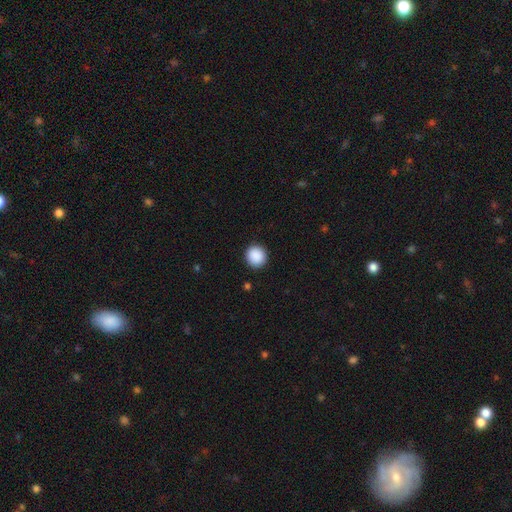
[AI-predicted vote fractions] Smooth or featured?
  - smooth: 90% *
  - star or artifact: 8%
  - featured or disk: 2%
How rounded?
  - round: 93% *
  - in between: 6%
  - cigar-shaped: 1%
Merging?
  - none: 92% *
  - minor disturbance: 5%
  - major disturbance: 2%
  - merger: 1%